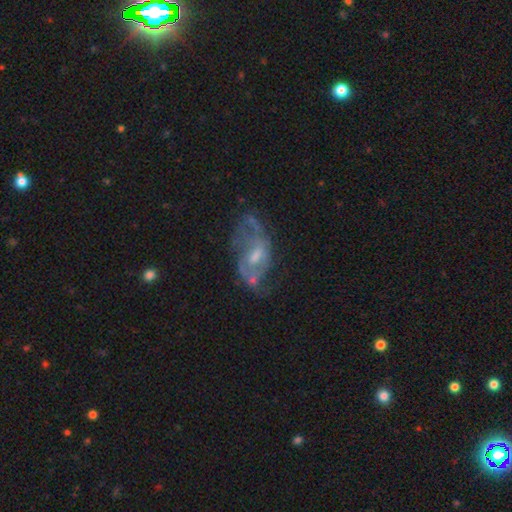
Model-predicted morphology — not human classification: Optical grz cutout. It shows a featured or disk galaxy (73%) with a weak bar (50%), spiral arms (66%) and a moderate central bulge (46%). Merging: none (46%).